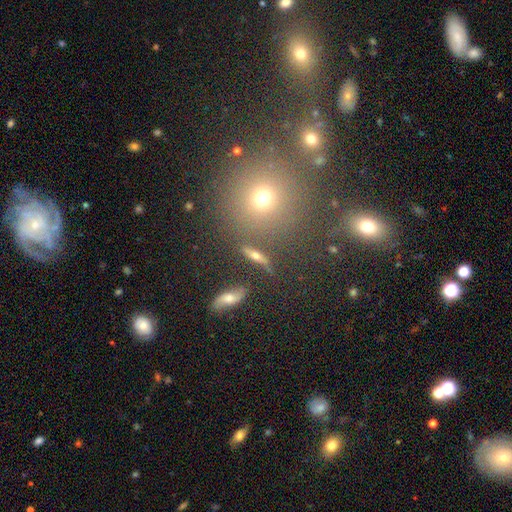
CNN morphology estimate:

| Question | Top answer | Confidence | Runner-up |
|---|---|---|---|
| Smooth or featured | featured or disk | 43% | smooth (36%) |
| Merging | none | 79% | minor disturbance (11%) |